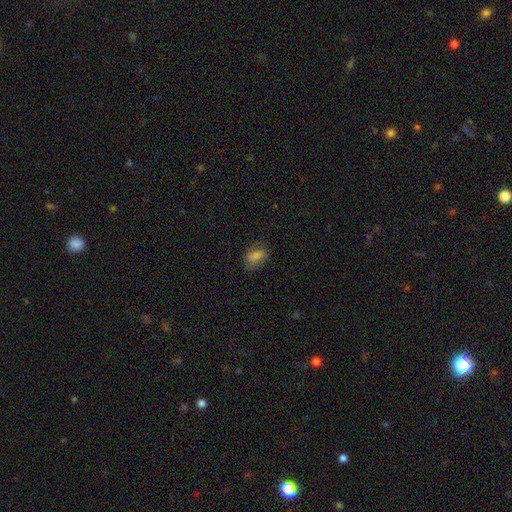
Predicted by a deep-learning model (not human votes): Smooth or featured: smooth — 70% (featured or disk — 19%)
How rounded: in between — 83% (round — 14%)
Merging: none — 69% (minor disturbance — 22%)